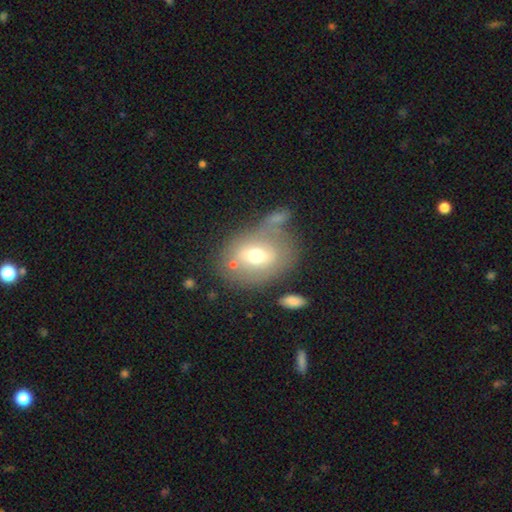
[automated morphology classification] smooth-or-featured: smooth: 53% | featured or disk: 37% | star or artifact: 9%
  how-rounded: in between: 65% | round: 34% | cigar-shaped: 1%
  merging: none: 47% | minor disturbance: 21% | merger: 17% | major disturbance: 15%